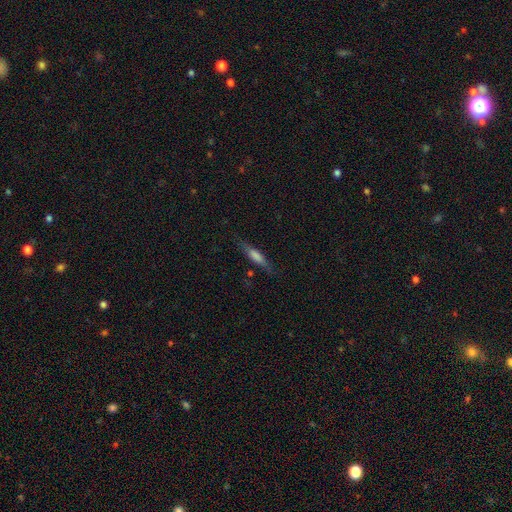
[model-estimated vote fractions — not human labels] Smooth or featured? smooth (56%)
How rounded? cigar-shaped (80%)
Merging? none (79%)